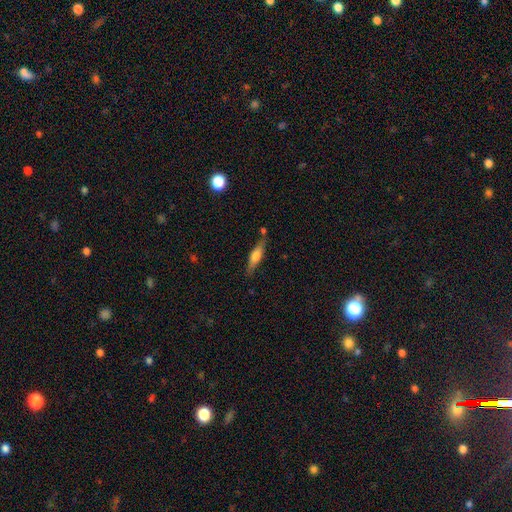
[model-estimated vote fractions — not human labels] This appears to be a smooth galaxy with no disk features (48%). Merging: none (76%).